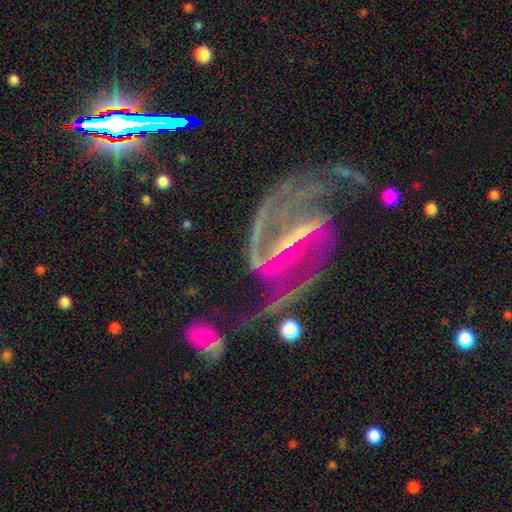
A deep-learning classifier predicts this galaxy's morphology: smooth_or_featured: featured or disk (p=0.84) [alt: star or artifact p=0.10]
disk_edge_on: no (p=0.96) [alt: yes p=0.04]
bar: strong (p=0.59) [alt: weak p=0.25]
has_spiral_arms: yes (p=0.94) [alt: no p=0.06]
spiral_winding: medium (p=0.49) [alt: loose p=0.30]
spiral_arm_count: 2 (p=0.81) [alt: can't tell p=0.05]
bulge_size: small (p=0.66) [alt: moderate p=0.18]
merging: none (p=0.51) [alt: major disturbance p=0.21]